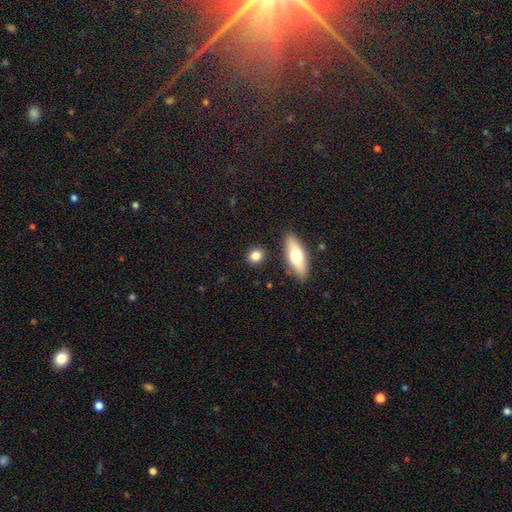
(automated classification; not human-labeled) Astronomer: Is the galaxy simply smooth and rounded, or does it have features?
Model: smooth — 82%.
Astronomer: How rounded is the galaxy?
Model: round — 64%.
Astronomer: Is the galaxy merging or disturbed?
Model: none — 86%.